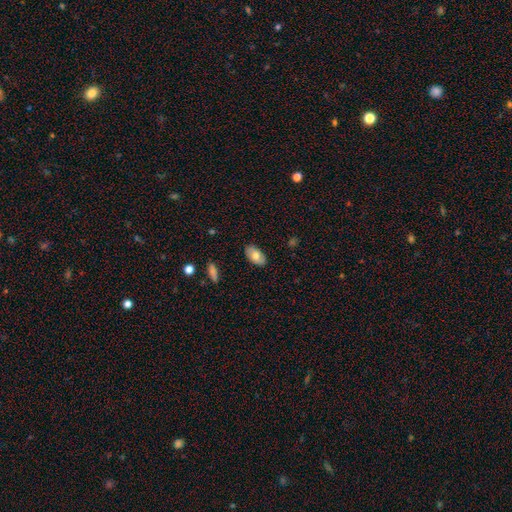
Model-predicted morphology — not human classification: smooth_or_featured: smooth (p=0.73) [alt: featured or disk p=0.21]
how_rounded: in between (p=0.94) [alt: round p=0.04]
merging: none (p=0.86) [alt: minor disturbance p=0.11]